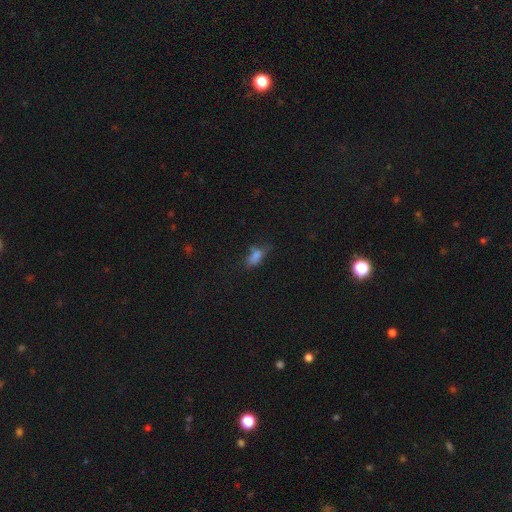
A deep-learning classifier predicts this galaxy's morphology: Smooth or featured: smooth — 70% (featured or disk — 15%)
How rounded: in between — 77% (cigar-shaped — 17%)
Merging: none — 45% (minor disturbance — 29%)